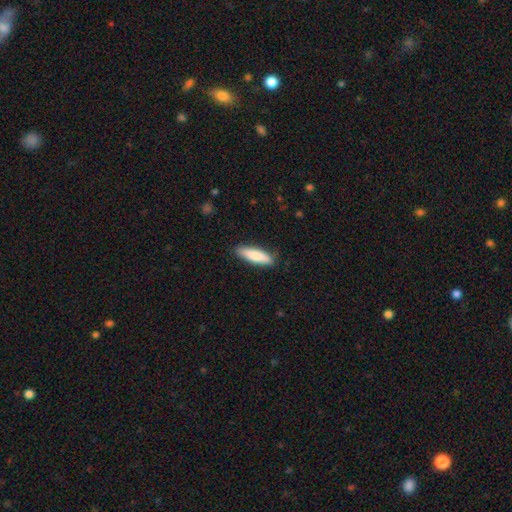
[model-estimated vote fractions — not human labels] Morphology: type=smooth (81%); roundness=cigar-shaped (64%); merging=none (88%).